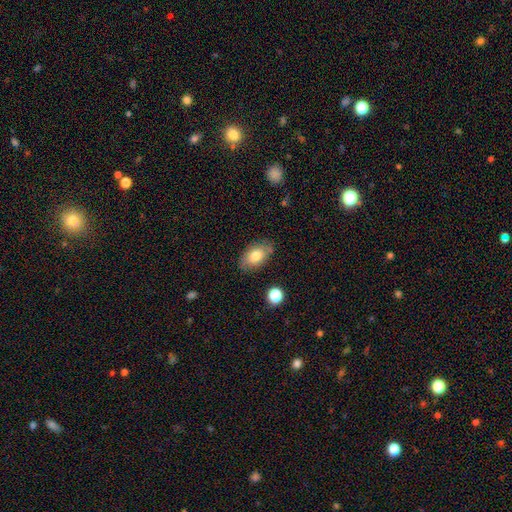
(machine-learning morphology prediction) Overall: smooth (77%). How rounded: in between (92%). Merging: none (80%).